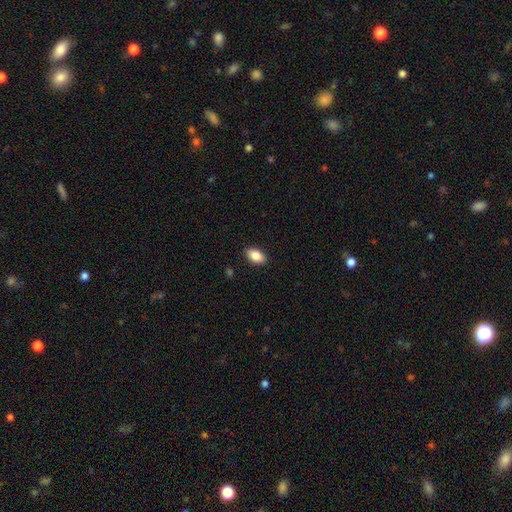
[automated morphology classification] A smooth galaxy with no disk features (88%) that is in between round and cigar-shaped (92%). Merging: none (89%).